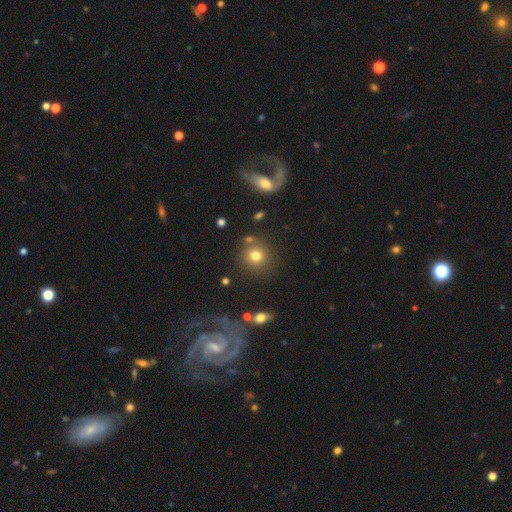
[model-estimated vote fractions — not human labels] Smooth or featured? smooth (77%)
How rounded? round (91%)
Merging? none (80%)